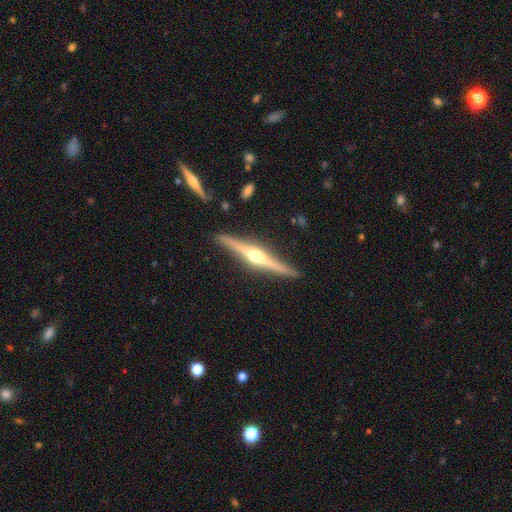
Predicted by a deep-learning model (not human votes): A featured or disk galaxy (82%) viewed edge-on (98%) with a rounded central bulge (94%).

Vote fractions:
- Smooth or featured? featured or disk: 82% / smooth: 13% / star or artifact: 5%
- Edge-on disk? yes: 98% / no: 2%
- Edge-on bulge? rounded: 94% / boxy: 3% / none: 3%
- Merging? none: 89% / minor disturbance: 8% / major disturbance: 2% / merger: 1%